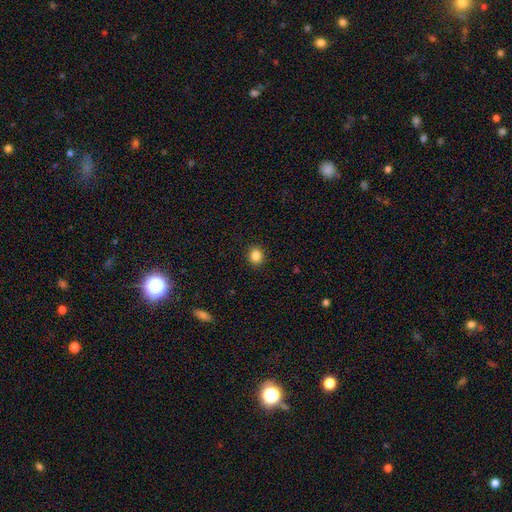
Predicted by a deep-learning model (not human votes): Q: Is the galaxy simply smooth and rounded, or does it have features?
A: smooth — 85%.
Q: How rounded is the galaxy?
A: round — 78%.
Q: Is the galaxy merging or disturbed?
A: none — 92%.